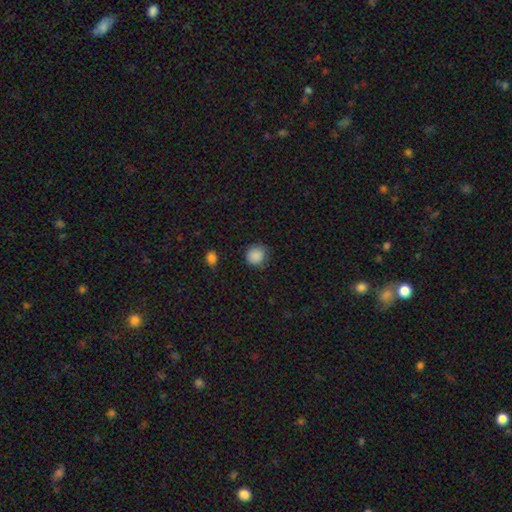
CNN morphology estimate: smooth-or-featured: smooth: 87% | star or artifact: 9% | featured or disk: 3%
  how-rounded: round: 86% | in between: 14% | cigar-shaped: 1%
  merging: none: 78% | minor disturbance: 17% | major disturbance: 3% | merger: 1%